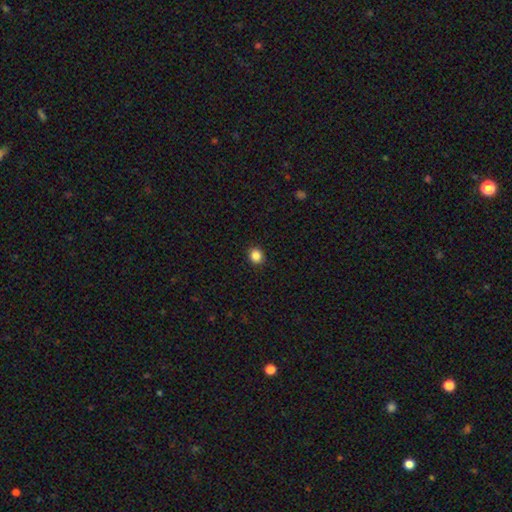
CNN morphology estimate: Q: Smooth or featured?
A: smooth (85%); runner-up: star or artifact (11%)
Q: How rounded?
A: round (82%); runner-up: in between (17%)
Q: Merging?
A: none (92%); runner-up: minor disturbance (6%)